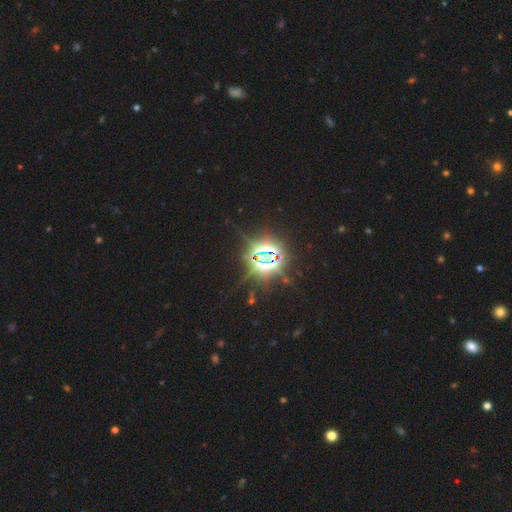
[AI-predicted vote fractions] A star or artifact, not a galaxy (85%).